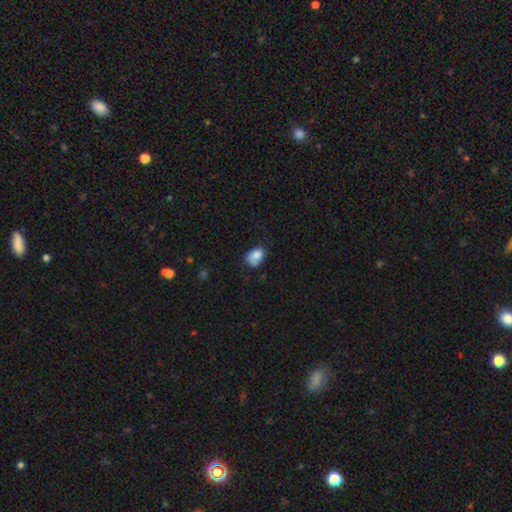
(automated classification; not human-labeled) Smooth or featured? smooth (83%)
How rounded? in between (78%)
Merging? none (50%)